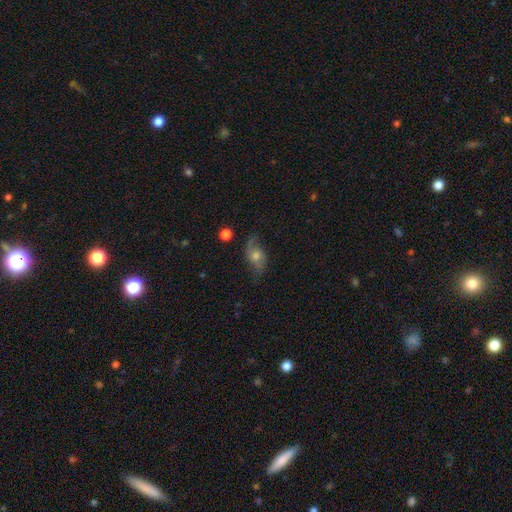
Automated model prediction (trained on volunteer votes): Smooth or featured? featured or disk (56%)
Edge-on disk? no (87%)
Merging? none (67%)